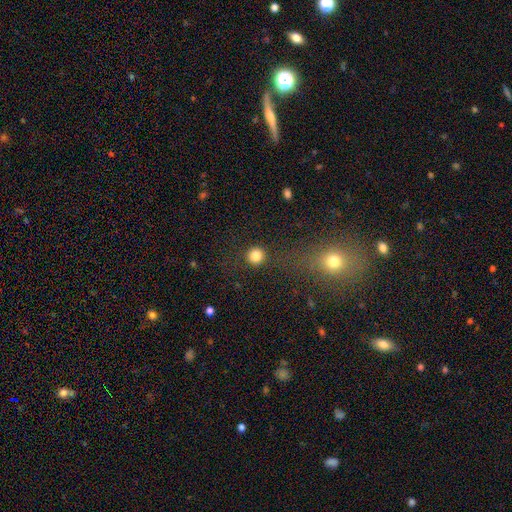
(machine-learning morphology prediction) Smooth or featured? smooth (83%)
How rounded? round (94%)
Merging? none (87%)